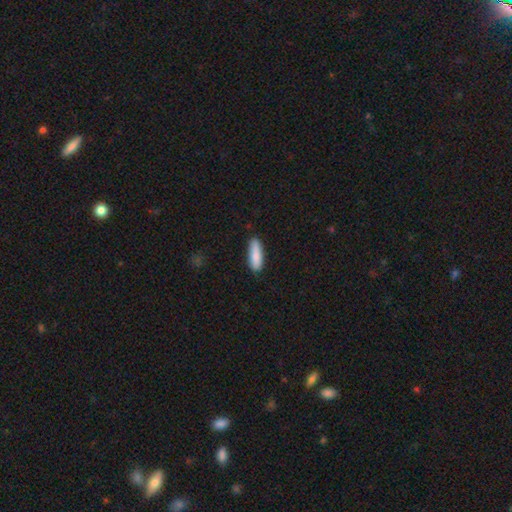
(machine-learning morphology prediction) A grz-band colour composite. It shows a smooth galaxy with no disk features (85%) that is cigar-shaped (50%). Merging: none (83%).